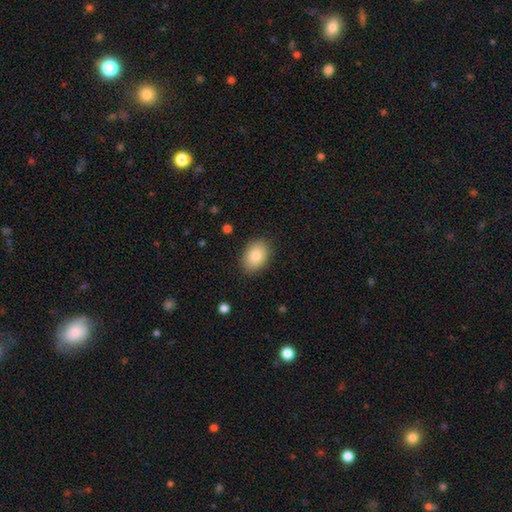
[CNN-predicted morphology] smooth-or-featured: smooth: 84% | featured or disk: 9% | star or artifact: 7%
  how-rounded: in between: 78% | round: 21% | cigar-shaped: 1%
  merging: none: 86% | minor disturbance: 10% | major disturbance: 3% | merger: 1%